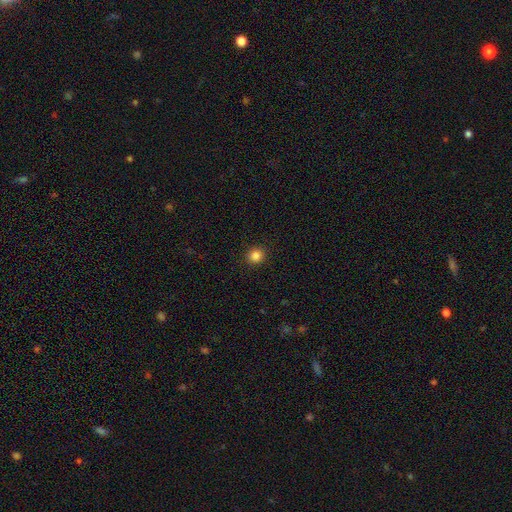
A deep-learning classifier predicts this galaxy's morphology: This appears to be a smooth galaxy with no disk features (85%) that is round (92%). Merging: none (92%).